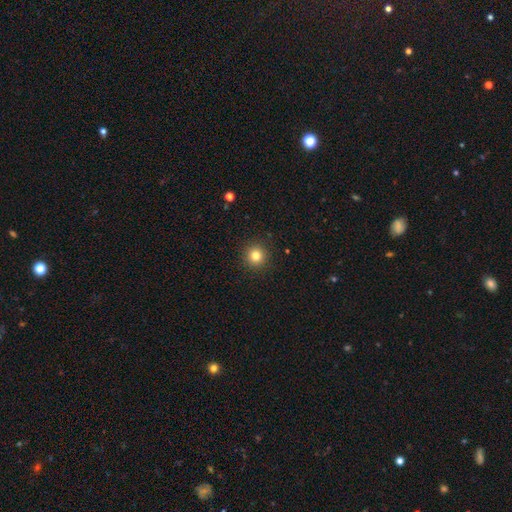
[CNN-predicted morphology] A smooth galaxy with no disk features (81%) that is round (95%).

Vote fractions:
- Smooth or featured? smooth: 81% / star or artifact: 13% / featured or disk: 6%
- How rounded? round: 95% / in between: 4% / cigar-shaped: 1%
- Merging? none: 92% / minor disturbance: 5% / major disturbance: 2% / merger: 1%